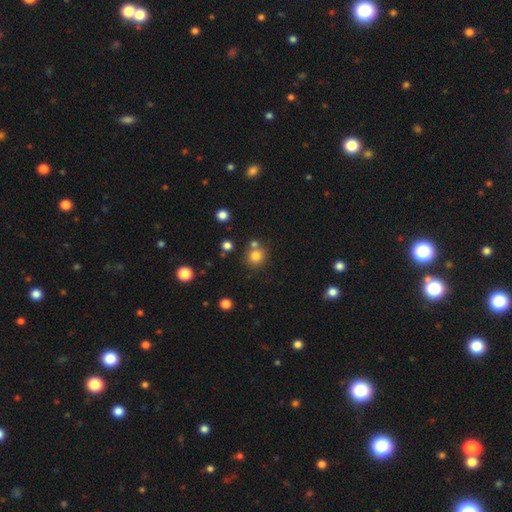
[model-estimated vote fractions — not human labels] Morphology: type=smooth (79%); roundness=round (87%); merging=none (69%).